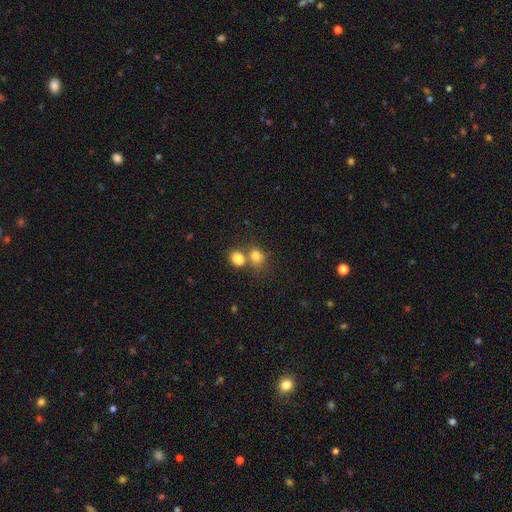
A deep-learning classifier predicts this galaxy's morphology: This is likely a smooth galaxy (80%). How rounded: possibly round (57%). Merging: possibly merger (48%).